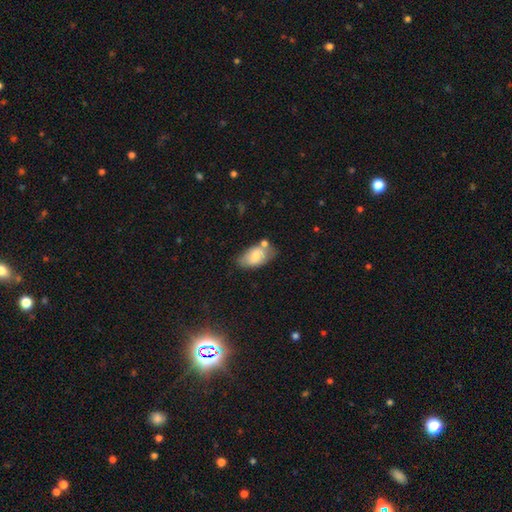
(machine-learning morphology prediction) Q: Smooth or featured?
A: smooth (73%); runner-up: featured or disk (20%)
Q: How rounded?
A: in between (93%); runner-up: round (5%)
Q: Merging?
A: none (53%); runner-up: minor disturbance (24%)